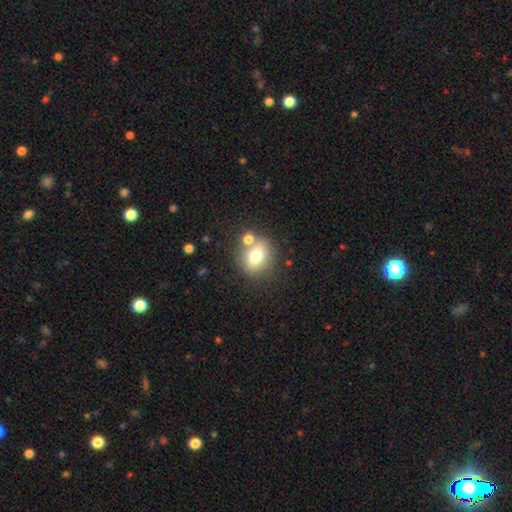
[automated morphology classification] A smooth galaxy with no disk features (72%) that is round (64%). Merging: none (65%).